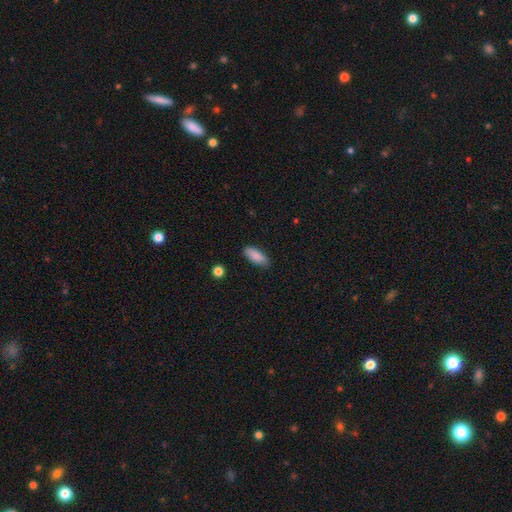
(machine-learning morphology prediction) smooth_or_featured: smooth (p=0.88) [alt: star or artifact p=0.06]
how_rounded: in between (p=0.77) [alt: cigar-shaped p=0.22]
merging: none (p=0.84) [alt: minor disturbance p=0.12]